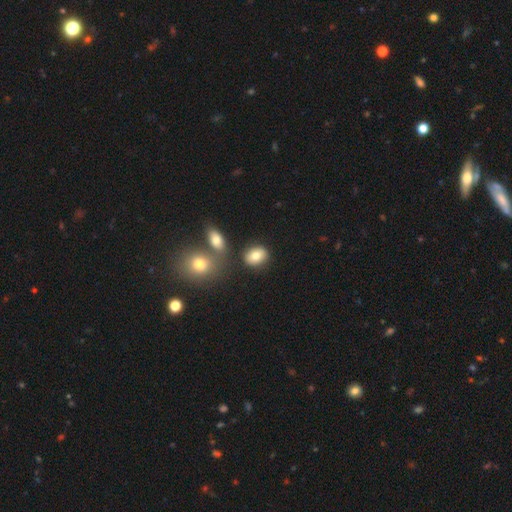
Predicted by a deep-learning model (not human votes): Morphology: type=smooth (80%); roundness=in between (63%); merging=none (79%).